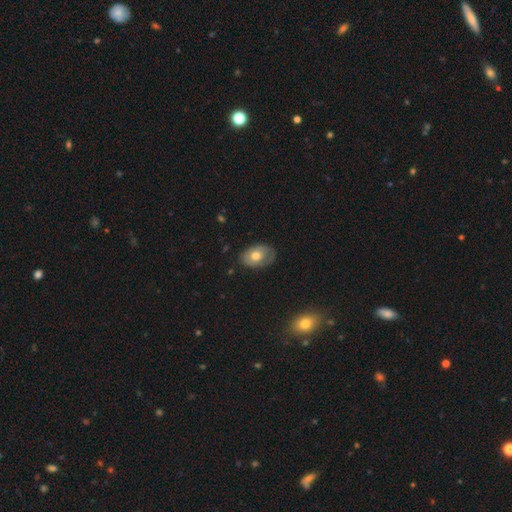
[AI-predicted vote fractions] Smooth or featured? Predicted: smooth (p=0.57). How rounded? Predicted: in between (p=0.84). Merging? Predicted: none (p=0.75).